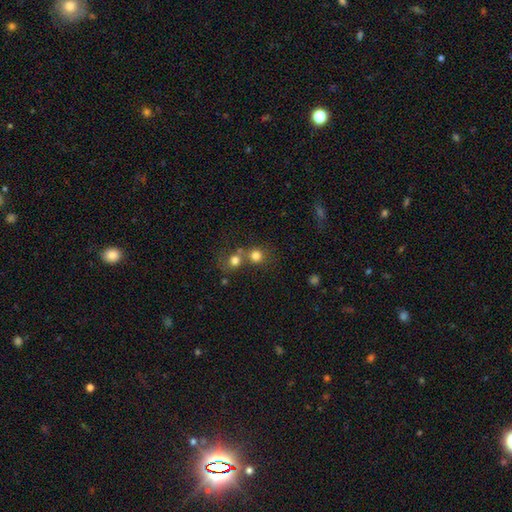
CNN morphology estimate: This appears to be a smooth galaxy with no disk features (77%) that is round (88%). Merging: none (52%).